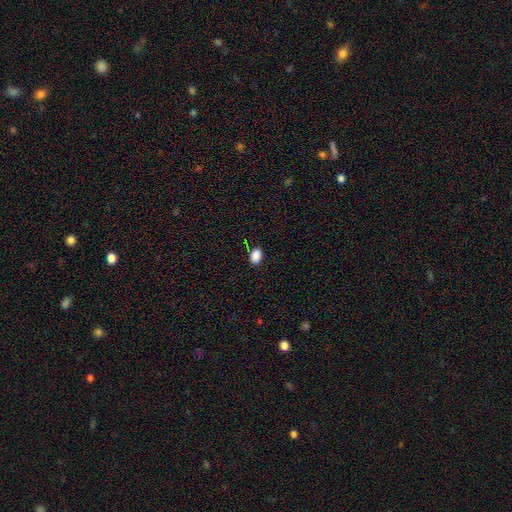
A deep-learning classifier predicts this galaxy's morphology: A smooth galaxy with no disk features (89%) that is in between round and cigar-shaped (82%). Merging: none (86%).